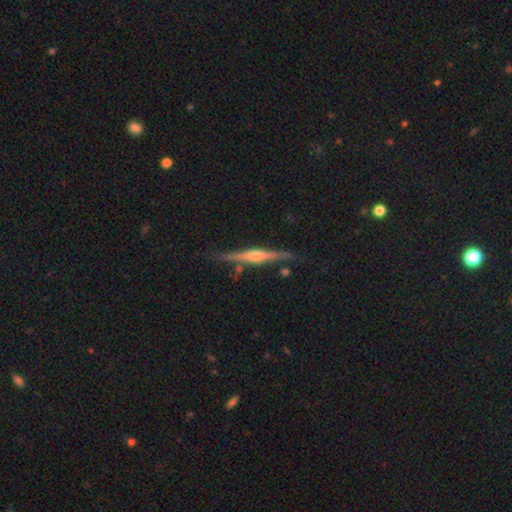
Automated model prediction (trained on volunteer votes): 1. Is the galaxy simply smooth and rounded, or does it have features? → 81% featured or disk, 13% smooth, 6% star or artifact.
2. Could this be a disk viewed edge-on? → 98% yes, 2% no.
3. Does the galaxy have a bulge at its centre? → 84% rounded, 8% boxy, 8% none.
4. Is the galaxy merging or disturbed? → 84% none, 11% minor disturbance, 3% merger, 2% major disturbance.